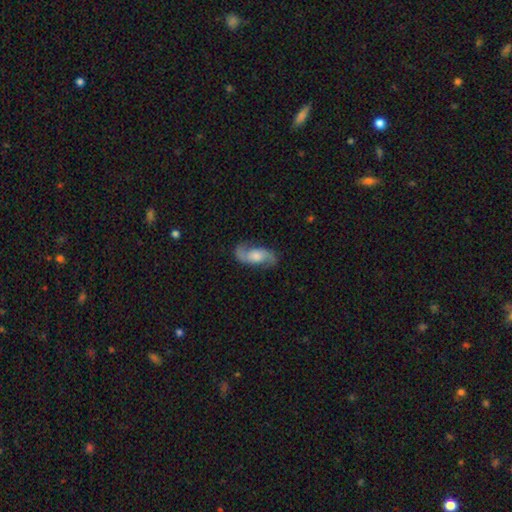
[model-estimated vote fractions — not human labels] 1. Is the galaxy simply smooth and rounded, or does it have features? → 75% featured or disk, 19% smooth, 6% star or artifact.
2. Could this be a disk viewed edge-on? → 93% no, 7% yes.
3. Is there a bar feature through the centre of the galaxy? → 58% no, 33% weak, 9% strong.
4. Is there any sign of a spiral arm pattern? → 94% yes, 6% no.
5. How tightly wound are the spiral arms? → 57% loose, 33% medium, 9% tight.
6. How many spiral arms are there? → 91% 2, 3% can't tell, 3% 1, 1% 3, 1% 4, 1% more than 4.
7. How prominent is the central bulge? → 40% moderate, 30% large, 17% small, 10% none, 3% dominant.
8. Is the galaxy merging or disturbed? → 77% none, 15% minor disturbance, 7% major disturbance, 1% merger.